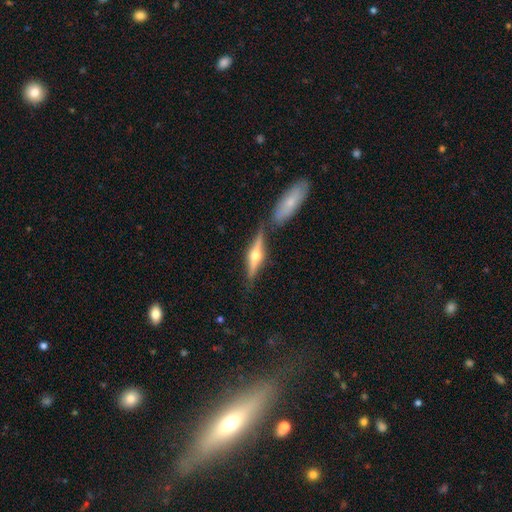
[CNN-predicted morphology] This is likely a featured or disk galaxy (74%). It is clearly viewed edge-on (96%). Edge-on bulge: clearly rounded (95%). Merging: likely none (75%).